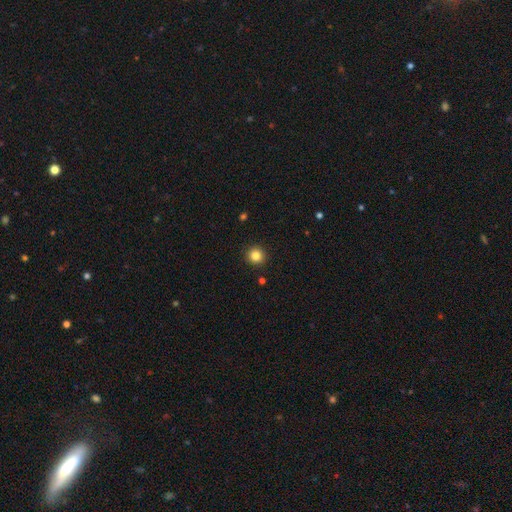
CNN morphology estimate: smooth_or_featured: smooth (p=0.84) [alt: star or artifact p=0.11]
how_rounded: round (p=0.95) [alt: in between p=0.04]
merging: none (p=0.93) [alt: minor disturbance p=0.05]